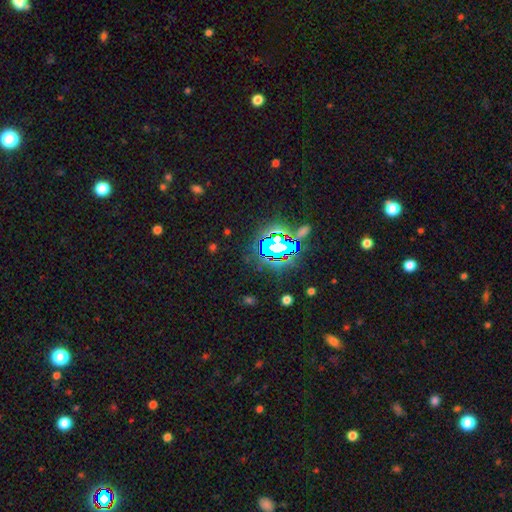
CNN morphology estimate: star or artifact 83%, smooth 10%, featured or disk 7%.